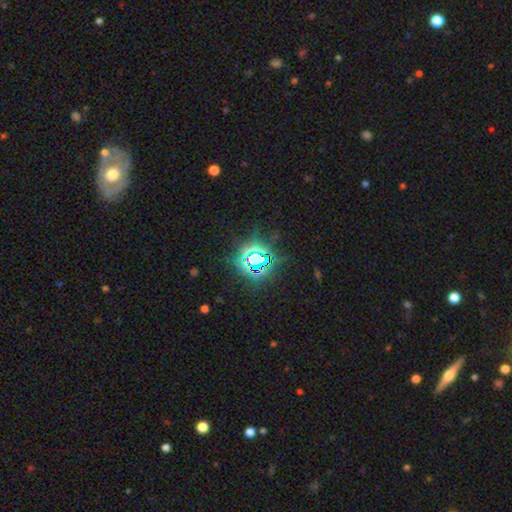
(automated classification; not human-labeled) star or artifact 81%, smooth 11%, featured or disk 8%.